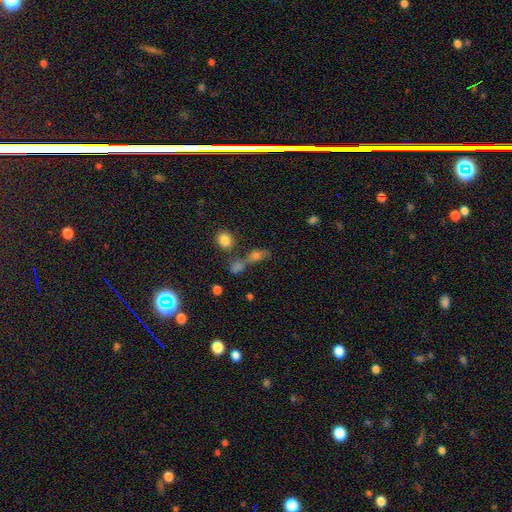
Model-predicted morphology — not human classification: Smooth or featured? smooth (58%)
How rounded? in between (57%)
Merging? none (43%)